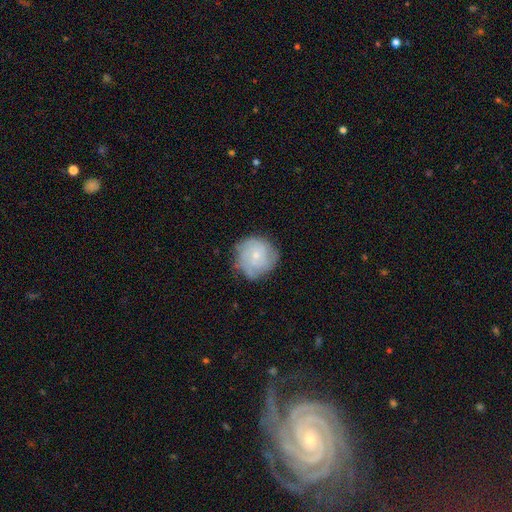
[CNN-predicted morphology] The model was most divided on "smooth or featured": featured or disk: 51%, smooth: 40%, star or artifact: 8%. More confident: edge-on disk — no (98%); bar — no (80%); spiral arms — yes (77%); bulge size — small (73%); merging — none (69%).